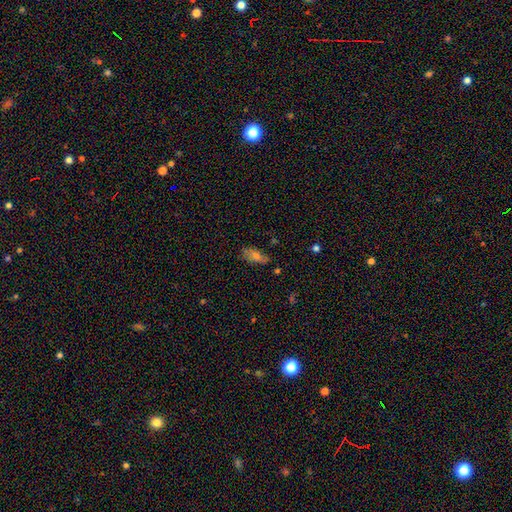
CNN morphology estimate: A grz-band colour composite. It shows a smooth galaxy with no disk features (53%) that is in between round and cigar-shaped (78%). Merging: none (67%).